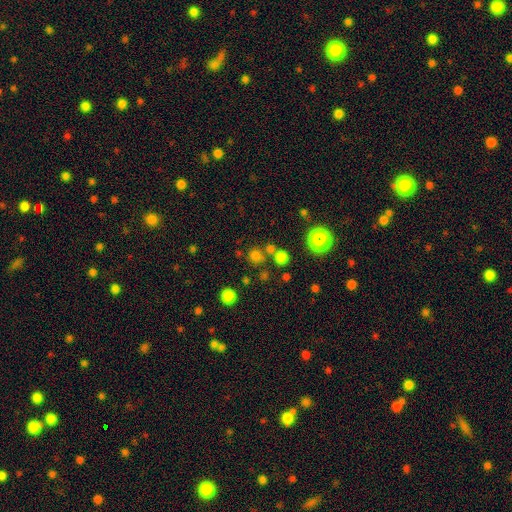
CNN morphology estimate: Q: Smooth or featured?
A: smooth (71%); runner-up: star or artifact (23%)
Q: How rounded?
A: round (91%); runner-up: in between (8%)
Q: Merging?
A: none (70%); runner-up: merger (18%)